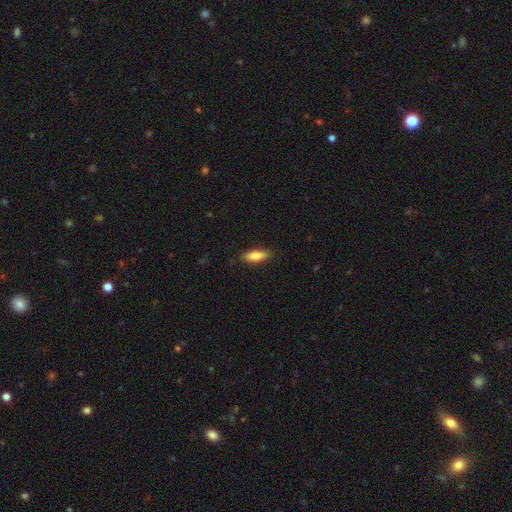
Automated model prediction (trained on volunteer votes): smooth-or-featured: smooth: 84% | featured or disk: 10% | star or artifact: 6%
  how-rounded: in between: 58% | cigar-shaped: 40% | round: 2%
  merging: none: 88% | minor disturbance: 9% | major disturbance: 2% | merger: 1%